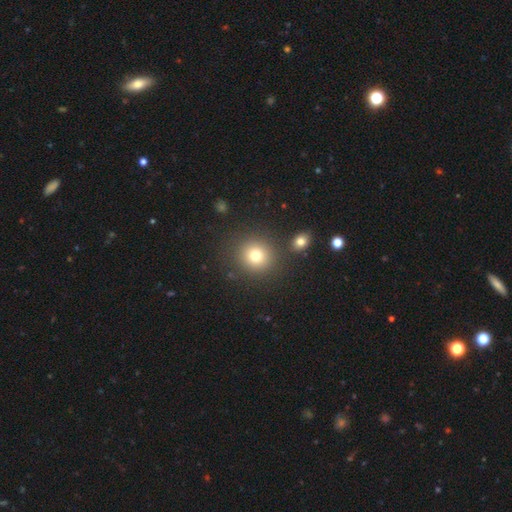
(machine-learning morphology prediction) Smooth or featured? Predicted: smooth (p=0.77). How rounded? Predicted: round (p=0.90). Merging? Predicted: none (p=0.85).